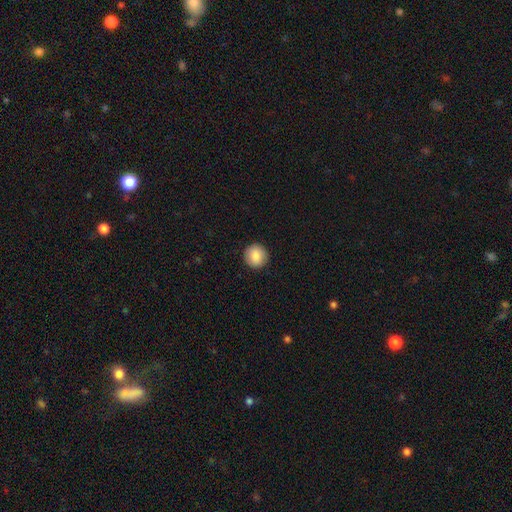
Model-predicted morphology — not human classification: A smooth galaxy with no disk features (86%) that is round (92%).

Vote fractions:
- Smooth or featured? smooth: 86% / star or artifact: 8% / featured or disk: 6%
- How rounded? round: 92% / in between: 7% / cigar-shaped: 1%
- Merging? none: 91% / minor disturbance: 6% / major disturbance: 2% / merger: 1%